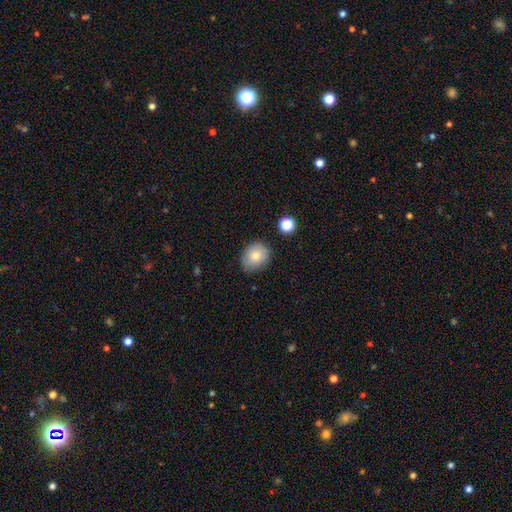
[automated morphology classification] A smooth galaxy with no disk features (79%) that is in between round and cigar-shaped (53%).

Vote fractions:
- Smooth or featured? smooth: 79% / featured or disk: 13% / star or artifact: 9%
- How rounded? in between: 53% / round: 46% / cigar-shaped: 1%
- Merging? none: 79% / minor disturbance: 16% / major disturbance: 3% / merger: 2%